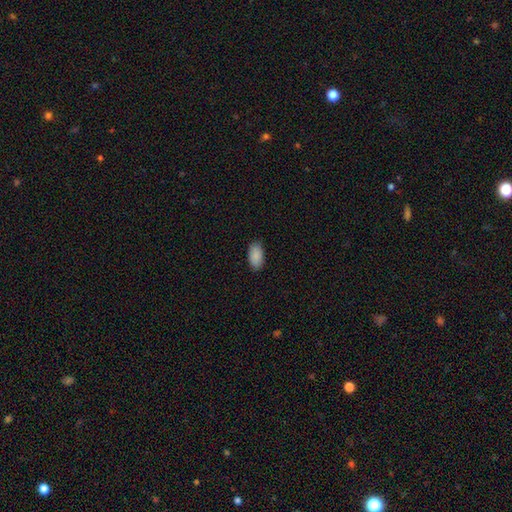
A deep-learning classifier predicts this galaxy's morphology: Smooth or featured? smooth (89%)
How rounded? in between (95%)
Merging? none (88%)